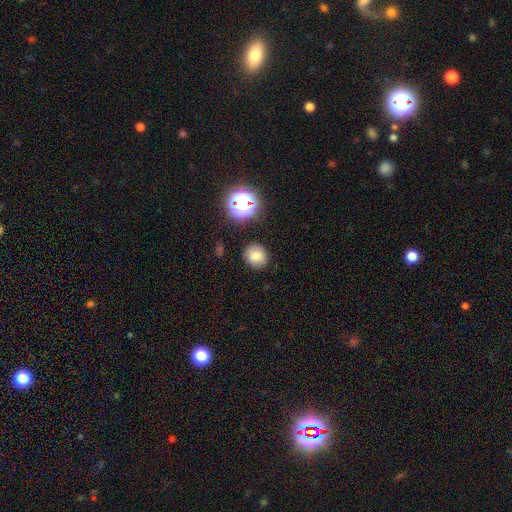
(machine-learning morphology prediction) Smooth or featured?
  - smooth: 78% *
  - star or artifact: 14%
  - featured or disk: 8%
How rounded?
  - round: 80% *
  - in between: 19%
  - cigar-shaped: 1%
Merging?
  - none: 86% *
  - minor disturbance: 9%
  - major disturbance: 3%
  - merger: 2%